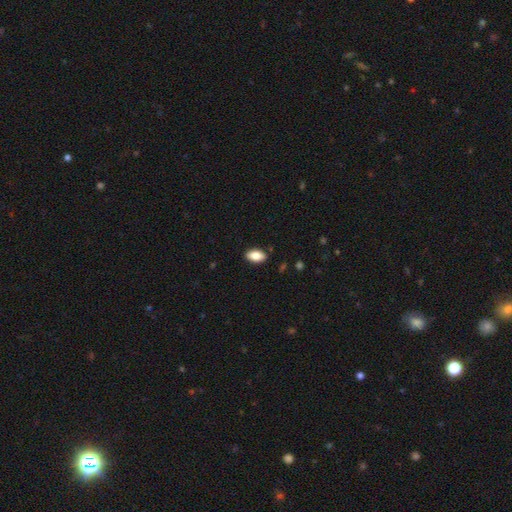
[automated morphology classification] Smooth or featured? smooth (84%)
How rounded? in between (92%)
Merging? none (88%)